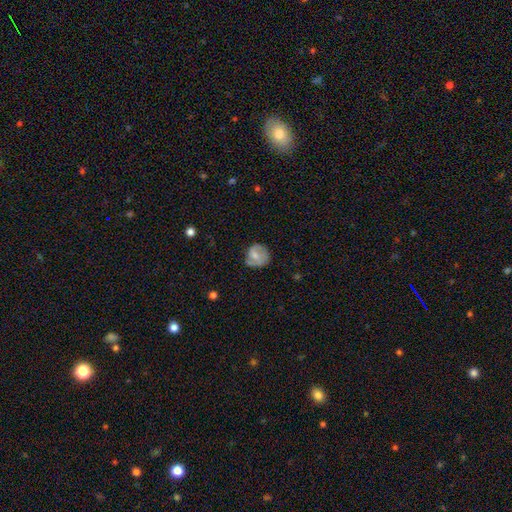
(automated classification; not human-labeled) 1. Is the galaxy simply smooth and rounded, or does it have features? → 61% smooth, 32% featured or disk, 7% star or artifact.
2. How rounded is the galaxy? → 80% round, 19% in between, 1% cigar-shaped.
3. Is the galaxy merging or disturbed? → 58% none, 28% minor disturbance, 11% major disturbance, 2% merger.